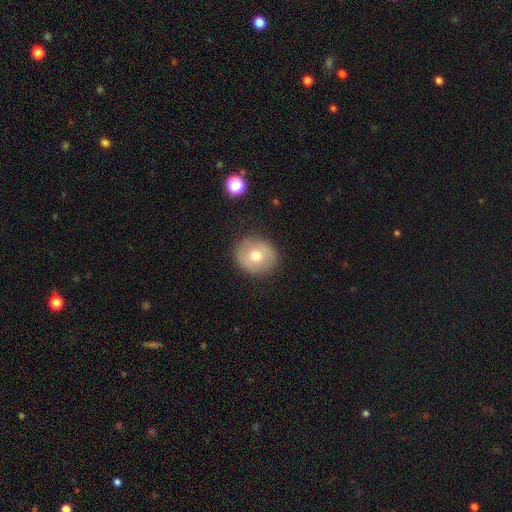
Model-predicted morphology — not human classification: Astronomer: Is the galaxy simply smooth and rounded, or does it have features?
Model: smooth — 67%.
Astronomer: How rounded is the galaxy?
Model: round — 78%.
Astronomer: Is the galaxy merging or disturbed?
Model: none — 86%.